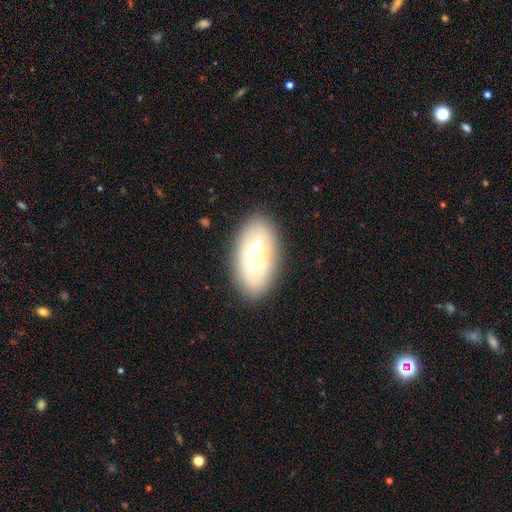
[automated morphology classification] smooth_or_featured: smooth (p=0.52) [alt: featured or disk p=0.40]
how_rounded: in between (p=0.87) [alt: cigar-shaped p=0.10]
merging: none (p=0.83) [alt: minor disturbance p=0.12]